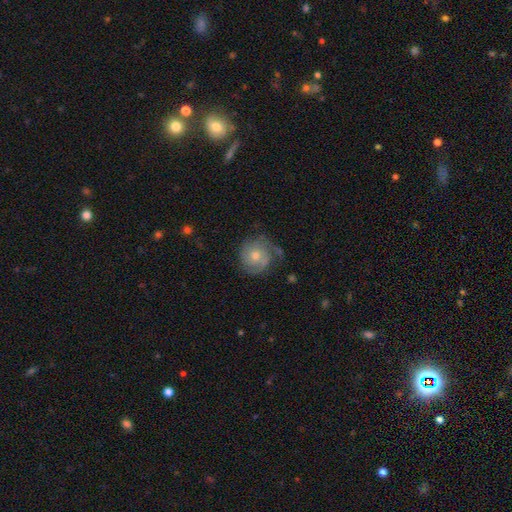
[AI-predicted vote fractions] A featured or disk galaxy (66%) with no bar (82%), tight (62%) spiral arms (87%) and a moderate central bulge (59%). Merging: none (68%).